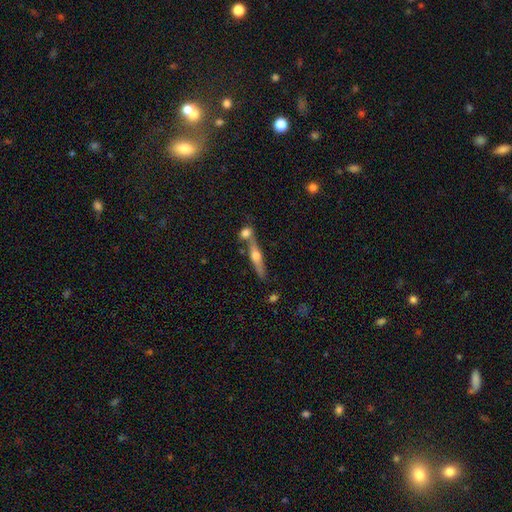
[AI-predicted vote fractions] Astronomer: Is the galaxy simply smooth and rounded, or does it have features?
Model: featured or disk — 63%.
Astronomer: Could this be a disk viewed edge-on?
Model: yes — 94%.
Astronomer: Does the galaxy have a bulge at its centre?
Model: rounded — 93%.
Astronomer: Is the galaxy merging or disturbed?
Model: none — 62%.